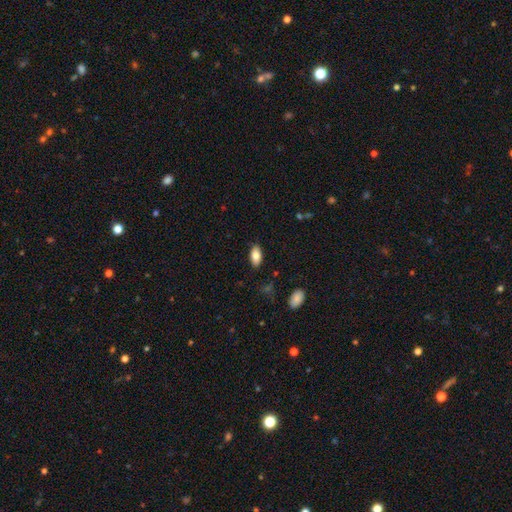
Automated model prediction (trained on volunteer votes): A smooth galaxy with no disk features (82%) that is in between round and cigar-shaped (91%).

Vote fractions:
- Smooth or featured? smooth: 82% / featured or disk: 11% / star or artifact: 7%
- How rounded? in between: 91% / cigar-shaped: 6% / round: 3%
- Merging? none: 87% / minor disturbance: 10% / major disturbance: 2% / merger: 1%